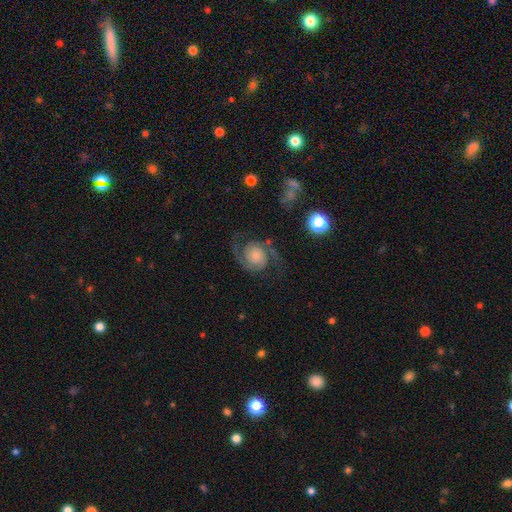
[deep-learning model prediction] smooth_or_featured: featured or disk (p=0.89) [alt: smooth p=0.06]
disk_edge_on: no (p=0.98) [alt: yes p=0.02]
bar: no (p=0.75) [alt: weak p=0.20]
has_spiral_arms: yes (p=0.98) [alt: no p=0.02]
spiral_winding: medium (p=0.50) [alt: tight p=0.32]
spiral_arm_count: 2 (p=0.94) [alt: can't tell p=0.02]
bulge_size: small (p=0.40) [alt: moderate p=0.23]
merging: none (p=0.75) [alt: minor disturbance p=0.14]